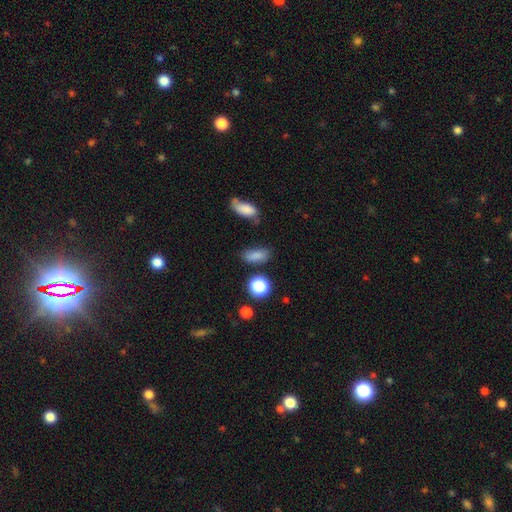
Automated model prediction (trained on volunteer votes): A smooth galaxy with no disk features (81%) that is in between round and cigar-shaped (76%). Merging: none (73%).